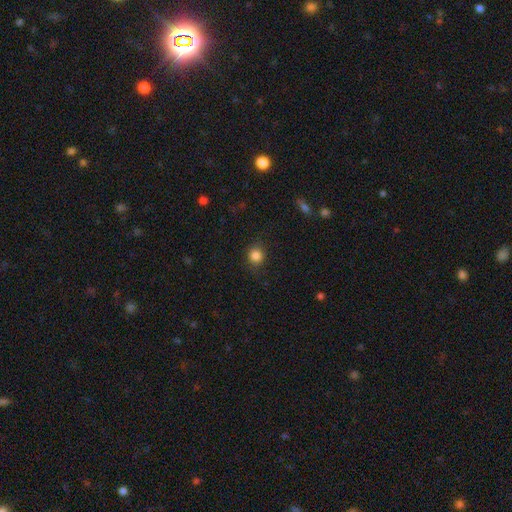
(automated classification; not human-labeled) Smooth or featured? Predicted: smooth (p=0.85). How rounded? Predicted: round (p=0.88). Merging? Predicted: none (p=0.87).